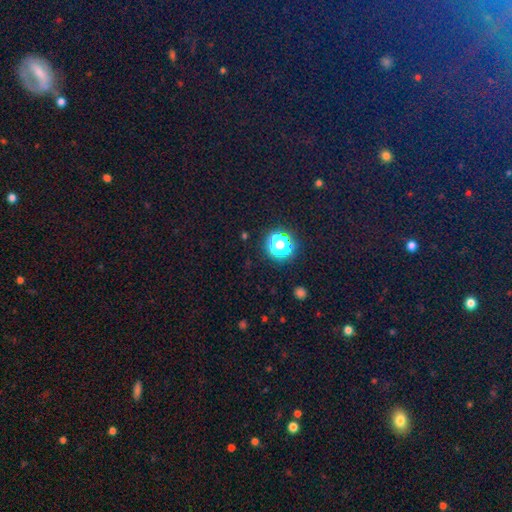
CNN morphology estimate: Smooth or featured: star or artifact — 75% (smooth — 18%)